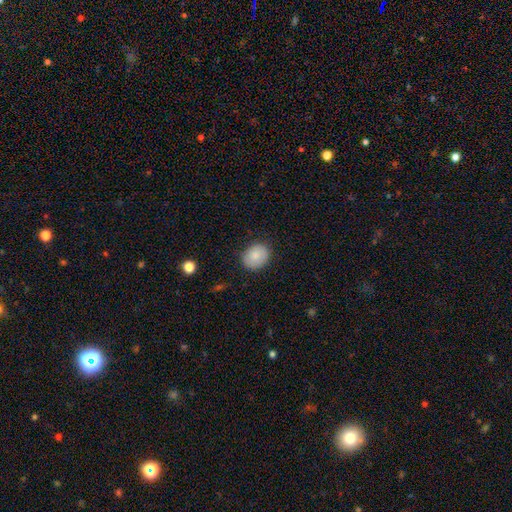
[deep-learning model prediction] Smooth or featured?
  - smooth: 84% *
  - featured or disk: 9%
  - star or artifact: 7%
How rounded?
  - in between: 53% *
  - round: 46%
  - cigar-shaped: 1%
Merging?
  - none: 82% *
  - minor disturbance: 14%
  - major disturbance: 3%
  - merger: 1%